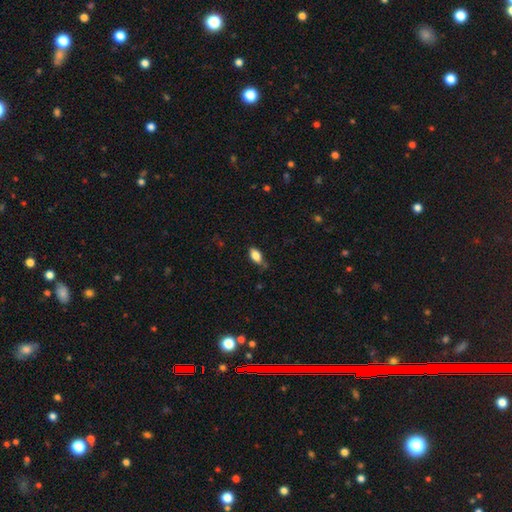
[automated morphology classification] A smooth galaxy with no disk features (81%) that is in between round and cigar-shaped (89%). Merging: none (64%).